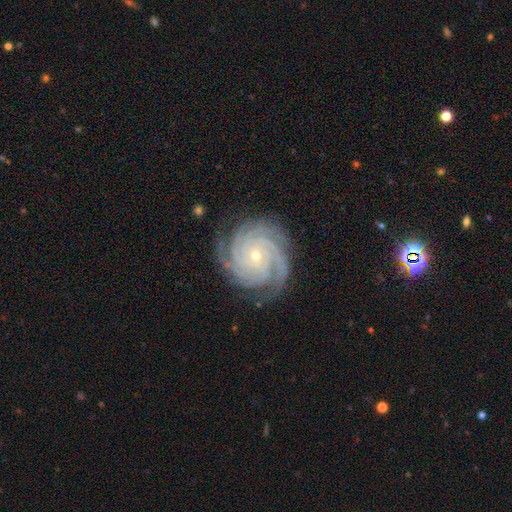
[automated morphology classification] A featured or disk galaxy (92%) with no bar (72%), 4 (37%) tight (84%) spiral arms (99%) and a small central bulge (75%).

Vote fractions:
- Smooth or featured? featured or disk: 92% / star or artifact: 5% / smooth: 3%
- Edge-on disk? no: 98% / yes: 2%
- Bar? no: 72% / weak: 19% / strong: 9%
- Spiral arms? yes: 99% / no: 1%
- Spiral winding? tight: 84% / medium: 15% / loose: 2%
- Spiral arm count? 4: 37% / more than 4: 25% / 3: 13% / can't tell: 10% / 2: 7% / 1: 7%
- Bulge size? small: 75% / moderate: 23% / large: 1% / none: 1% / dominant: 1%
- Merging? none: 83% / minor disturbance: 12% / major disturbance: 3% / merger: 1%